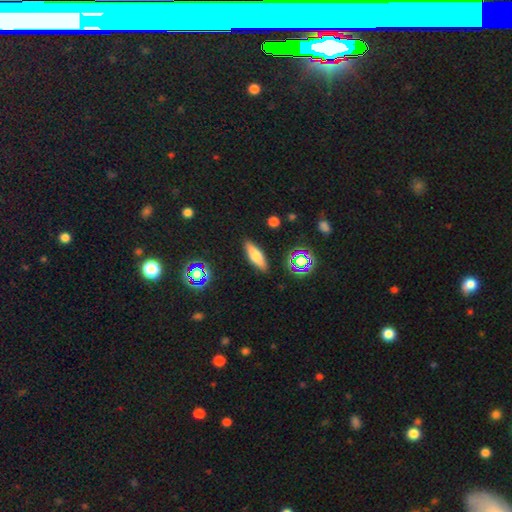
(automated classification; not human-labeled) This appears to be a smooth galaxy with no disk features (63%) that is cigar-shaped (52%). Merging: none (87%).